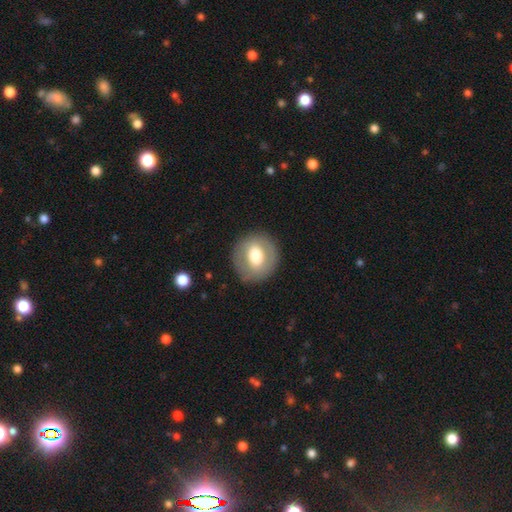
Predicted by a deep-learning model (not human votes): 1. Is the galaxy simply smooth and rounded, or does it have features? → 60% smooth, 33% featured or disk, 7% star or artifact.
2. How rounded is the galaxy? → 82% round, 17% in between, 1% cigar-shaped.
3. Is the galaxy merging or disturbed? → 85% none, 10% minor disturbance, 4% major disturbance, 1% merger.